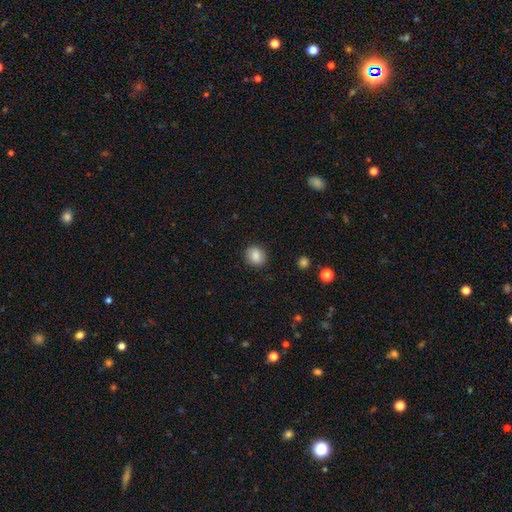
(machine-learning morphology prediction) A smooth galaxy with no disk features (85%) that is round (72%). Merging: none (87%).